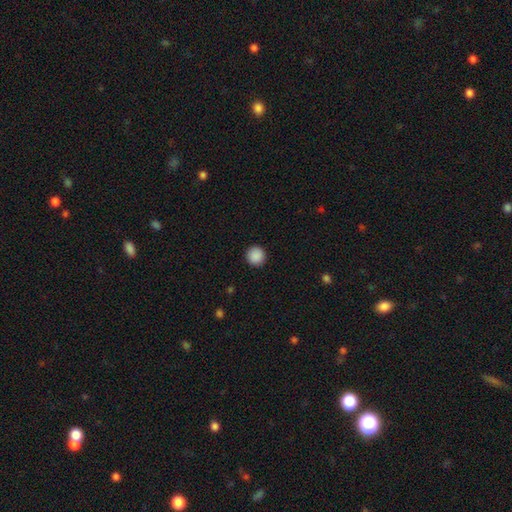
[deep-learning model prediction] Smooth or featured? Predicted: smooth (p=0.89). How rounded? Predicted: round (p=0.95). Merging? Predicted: none (p=0.92).